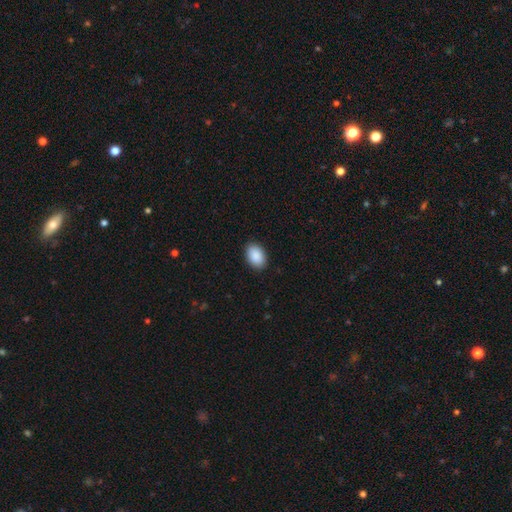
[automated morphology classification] Q: Smooth or featured?
A: smooth (91%); runner-up: star or artifact (6%)
Q: How rounded?
A: in between (88%); runner-up: round (11%)
Q: Merging?
A: none (90%); runner-up: minor disturbance (8%)